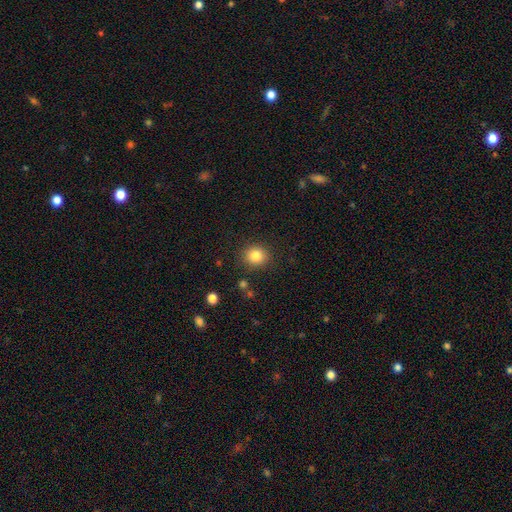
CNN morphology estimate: smooth-or-featured: smooth: 83% | star or artifact: 11% | featured or disk: 6%
  how-rounded: round: 84% | in between: 15% | cigar-shaped: 1%
  merging: none: 88% | minor disturbance: 7% | major disturbance: 3% | merger: 2%